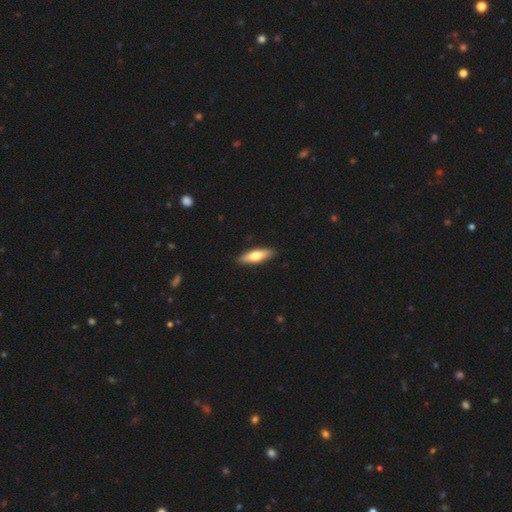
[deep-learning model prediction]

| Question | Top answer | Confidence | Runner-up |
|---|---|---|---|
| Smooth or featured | smooth | 62% | featured or disk (33%) |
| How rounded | cigar-shaped | 62% | in between (36%) |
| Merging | none | 90% | minor disturbance (7%) |